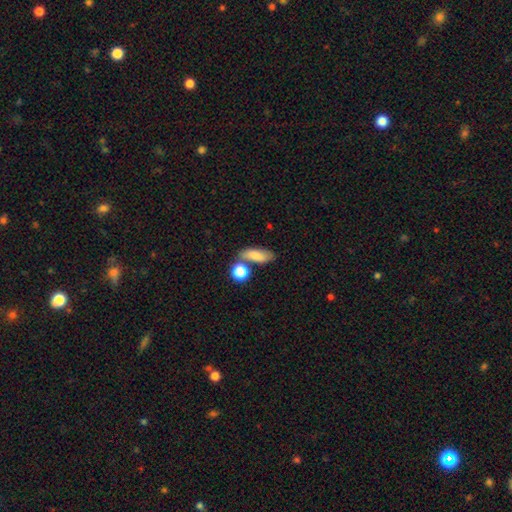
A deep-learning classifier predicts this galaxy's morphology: type=smooth (79%); roundness=in between (69%); merging=none (59%).